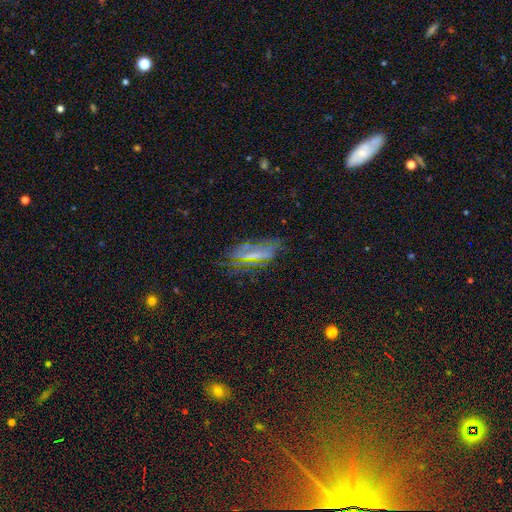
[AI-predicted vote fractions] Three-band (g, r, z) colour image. It shows a star or artifact, not a galaxy (40%).